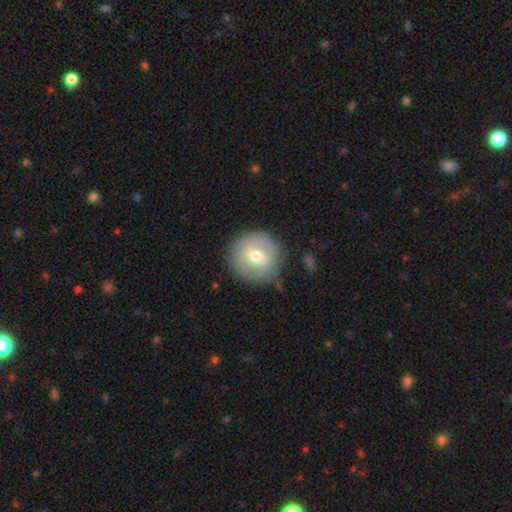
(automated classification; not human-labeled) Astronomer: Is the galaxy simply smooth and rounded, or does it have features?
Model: smooth — 52% (runner-up: featured or disk, 40%).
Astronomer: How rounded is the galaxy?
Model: round — 93%.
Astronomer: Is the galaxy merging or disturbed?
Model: none — 83%.